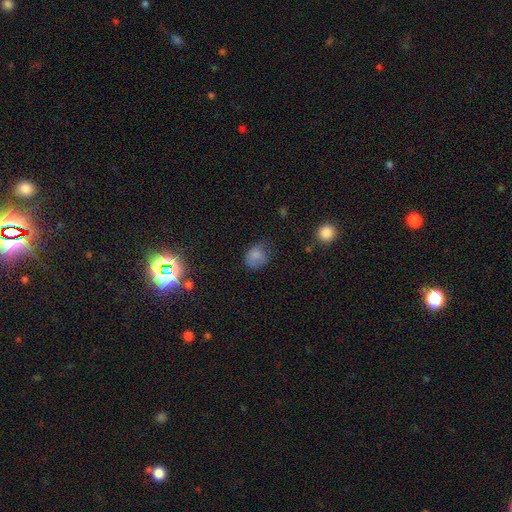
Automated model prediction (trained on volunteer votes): smooth-or-featured: smooth: 79% | star or artifact: 12% | featured or disk: 9%
  how-rounded: round: 50% | in between: 48% | cigar-shaped: 1%
  merging: none: 49% | minor disturbance: 36% | major disturbance: 14% | merger: 2%